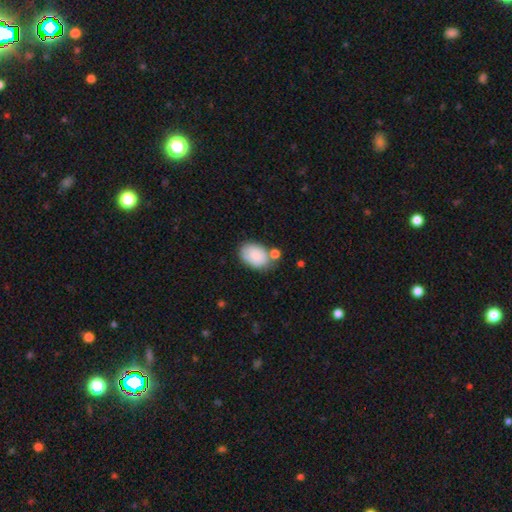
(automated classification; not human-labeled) Smooth or featured: smooth — 83% (featured or disk — 10%)
How rounded: in between — 86% (round — 13%)
Merging: none — 58% (minor disturbance — 21%)